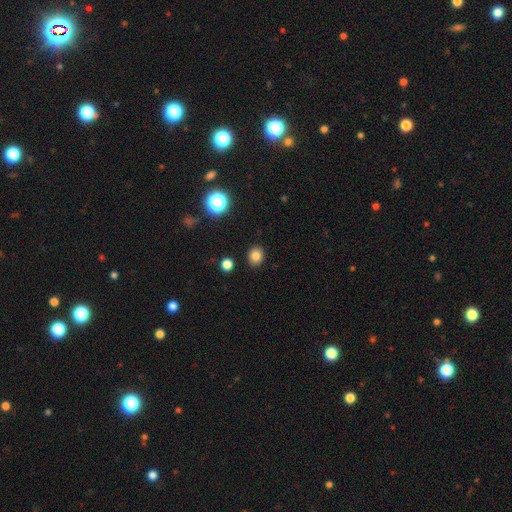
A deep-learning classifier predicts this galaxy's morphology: This is clearly a smooth galaxy (82%). How rounded: likely round (70%). Merging: clearly none (90%).